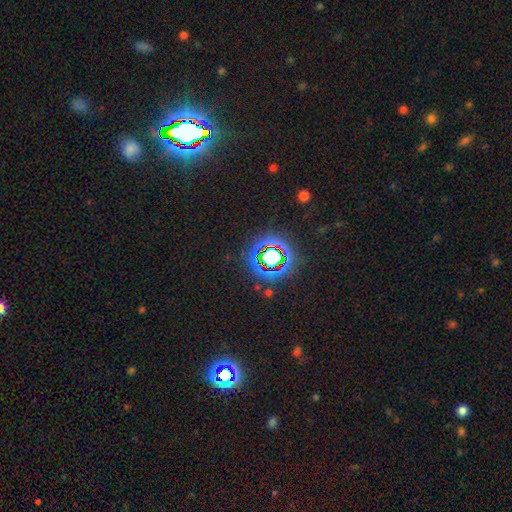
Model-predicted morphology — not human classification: The model was most divided on "smooth or featured": star or artifact: 80%, smooth: 12%, featured or disk: 8%.